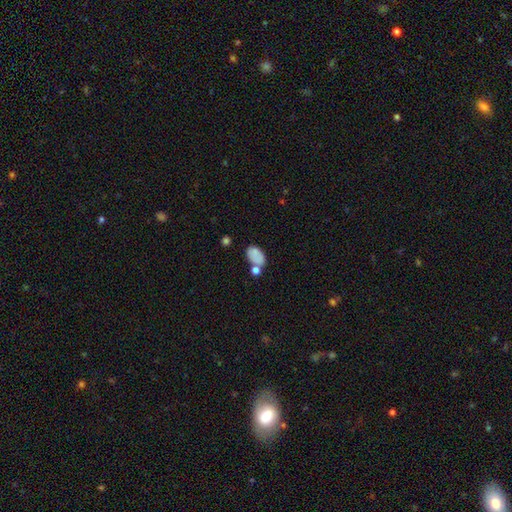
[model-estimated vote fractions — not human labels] Overall: smooth (79%). How rounded: in between (90%). Merging: none (47%; merger 26%).